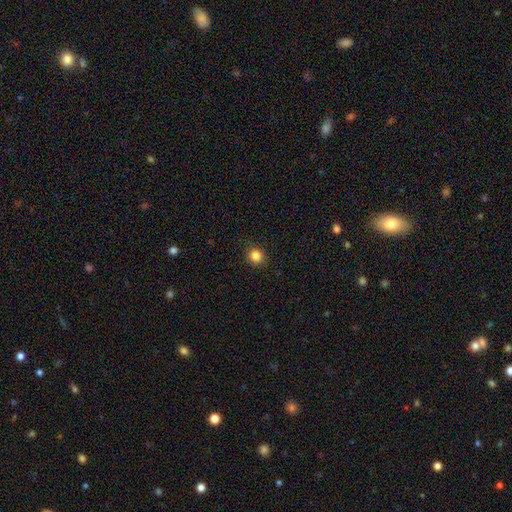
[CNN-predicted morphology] type=smooth (84%); roundness=round (89%); merging=none (90%).